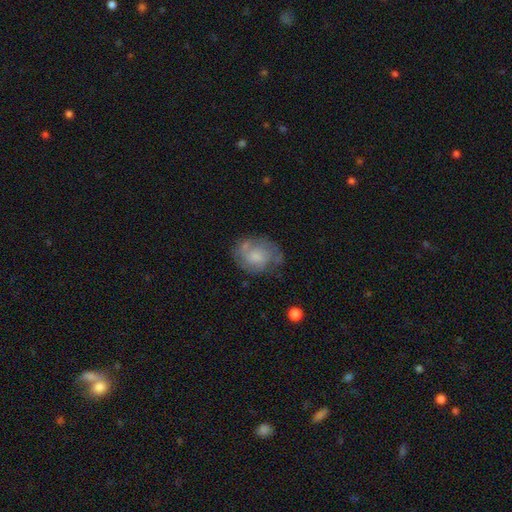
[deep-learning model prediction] A featured or disk galaxy (50%). Merging: none (55%).